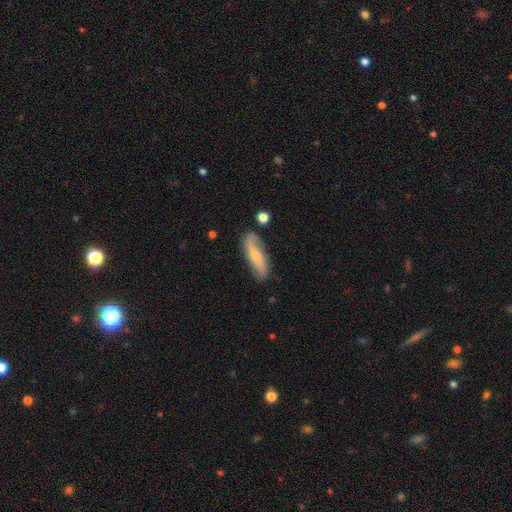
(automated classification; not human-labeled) Morphology: type=featured or disk (57%); edge-on=no (80%); merging=none (75%).